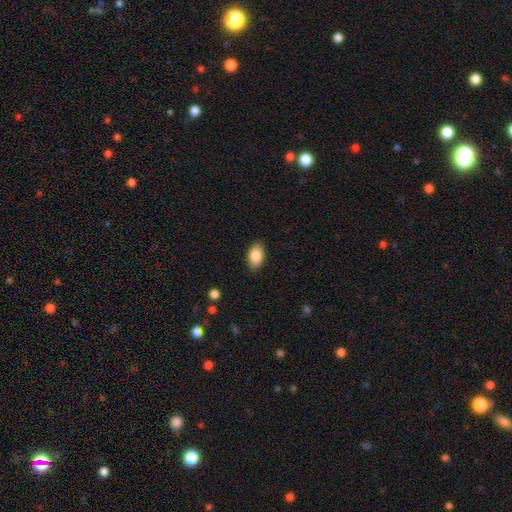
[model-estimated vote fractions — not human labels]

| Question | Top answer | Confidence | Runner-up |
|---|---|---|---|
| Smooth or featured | smooth | 86% | featured or disk (7%) |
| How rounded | in between | 92% | round (6%) |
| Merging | none | 87% | minor disturbance (10%) |